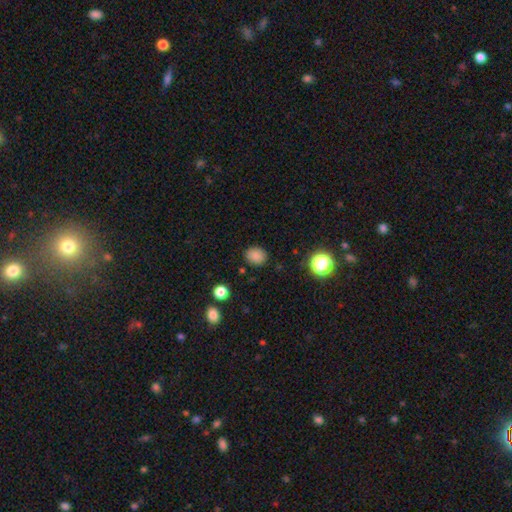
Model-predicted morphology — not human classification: A smooth galaxy with no disk features (83%) that is round (59%).

Vote fractions:
- Smooth or featured? smooth: 83% / star or artifact: 12% / featured or disk: 4%
- How rounded? round: 59% / in between: 40% / cigar-shaped: 1%
- Merging? none: 85% / minor disturbance: 10% / major disturbance: 3% / merger: 2%